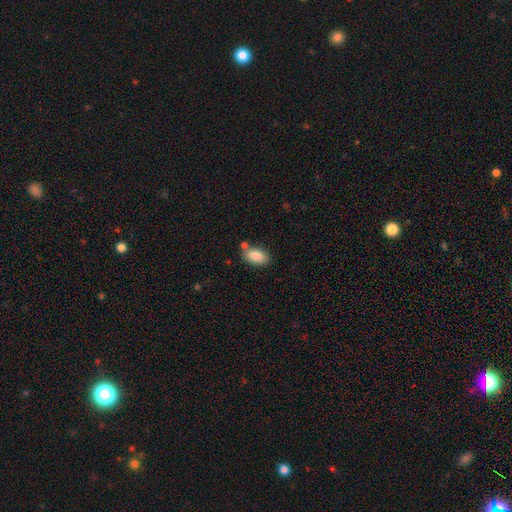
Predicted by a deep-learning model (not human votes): smooth 87%, star or artifact 7%, featured or disk 6%. Down the decision tree: how rounded — in between (93%); merging — none (71%).